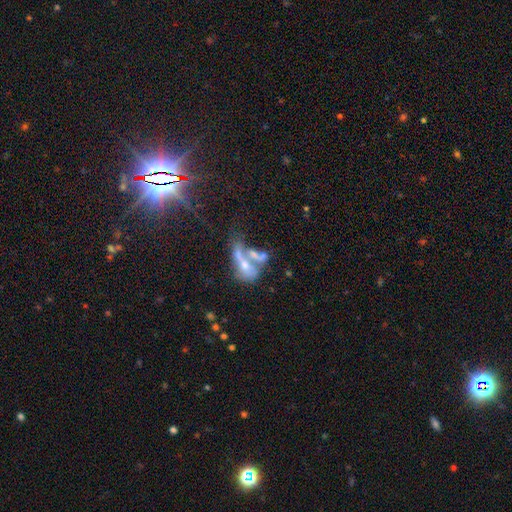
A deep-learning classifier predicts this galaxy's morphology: A featured or disk galaxy (48%).

Vote fractions:
- Smooth or featured? featured or disk: 48% / smooth: 39% / star or artifact: 13%
- Merging? merger: 58% / none: 17% / major disturbance: 16% / minor disturbance: 9%